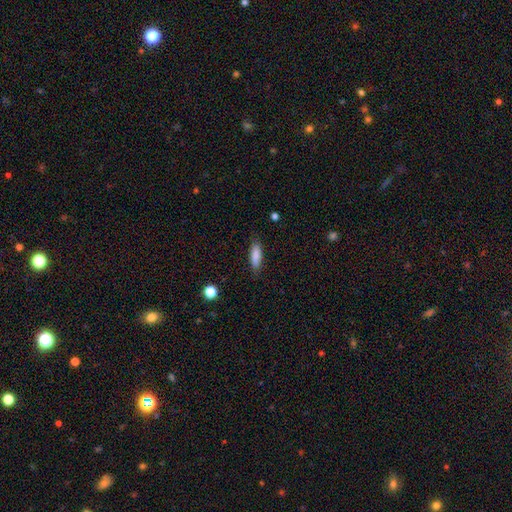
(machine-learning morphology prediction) Q: Smooth or featured?
A: smooth (86%); runner-up: featured or disk (7%)
Q: How rounded?
A: in between (50%); runner-up: cigar-shaped (49%)
Q: Merging?
A: none (85%); runner-up: minor disturbance (11%)